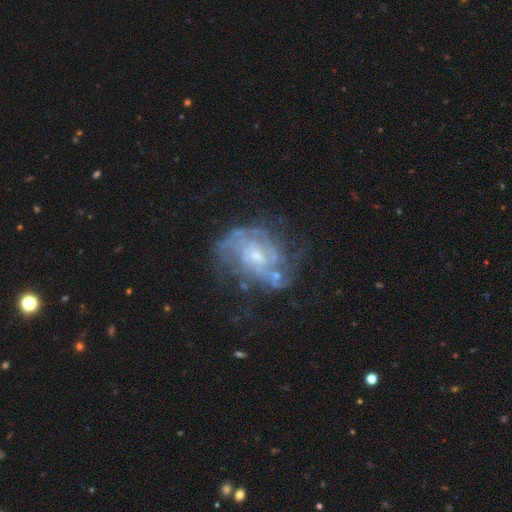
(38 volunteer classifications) smooth_or_featured: featured or disk (p=0.76) [alt: smooth p=0.16]
disk_edge_on: no (p=1.00)
bar: no (p=0.69) [alt: weak p=0.31]
has_spiral_arms: yes (p=0.76) [alt: no p=0.24]
spiral_winding: tight (p=0.55) [alt: medium p=0.45]
spiral_arm_count: can't tell (p=0.45) [alt: 2 p=0.27]
bulge_size: moderate (p=0.69) [alt: small p=0.31]
merging: none (p=0.63) [alt: minor disturbance p=0.29]